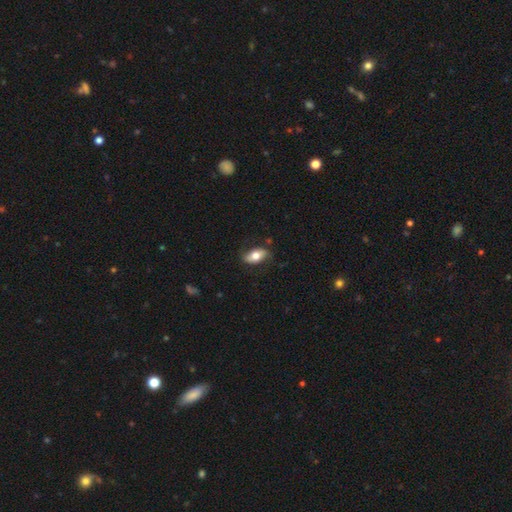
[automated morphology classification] A smooth galaxy with no disk features (64%) that is in between round and cigar-shaped (88%).

Vote fractions:
- Smooth or featured? smooth: 64% / featured or disk: 30% / star or artifact: 6%
- How rounded? in between: 88% / cigar-shaped: 7% / round: 5%
- Merging? none: 77% / minor disturbance: 16% / major disturbance: 5% / merger: 1%